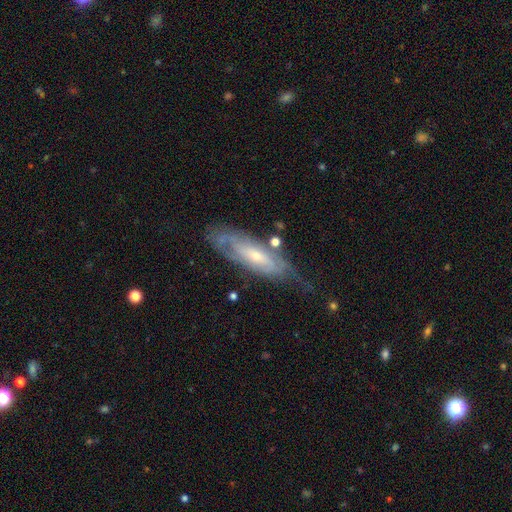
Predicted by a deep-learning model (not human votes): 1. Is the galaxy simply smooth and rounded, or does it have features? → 70% featured or disk, 23% smooth, 6% star or artifact.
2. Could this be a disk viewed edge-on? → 74% no, 26% yes.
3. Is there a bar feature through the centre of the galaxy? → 61% no, 29% weak, 10% strong.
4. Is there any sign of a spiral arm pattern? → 75% yes, 25% no.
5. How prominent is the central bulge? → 67% small, 29% moderate, 2% none, 2% large, 1% dominant.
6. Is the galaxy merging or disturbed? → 56% none, 27% minor disturbance, 13% major disturbance, 4% merger.